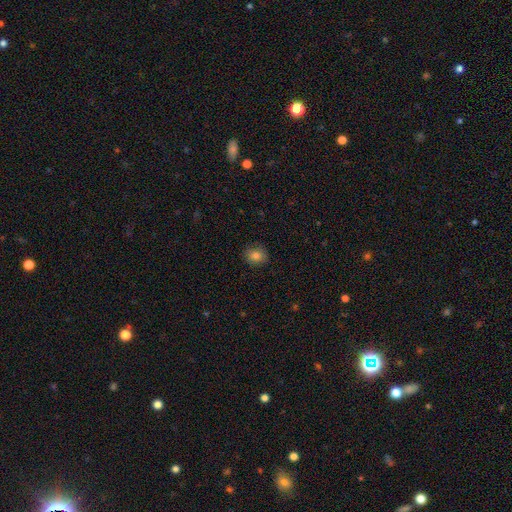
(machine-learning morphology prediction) The model was most divided on "how rounded": round: 70%, in between: 29%, cigar-shaped: 1%. More confident: merging — none (87%); smooth or featured — smooth (81%).